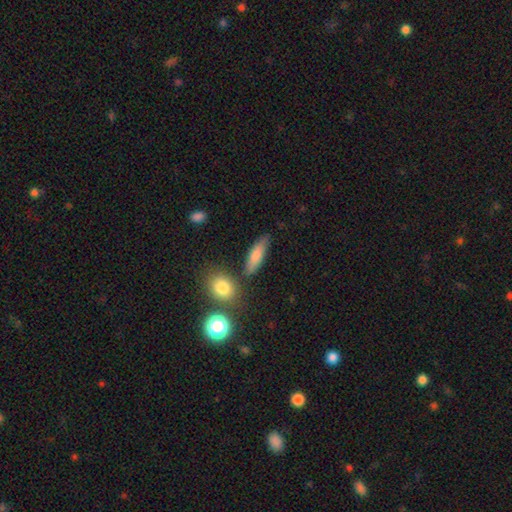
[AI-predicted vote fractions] This is likely a smooth galaxy (76%). How rounded: possibly cigar-shaped (50%). Merging: likely none (74%).